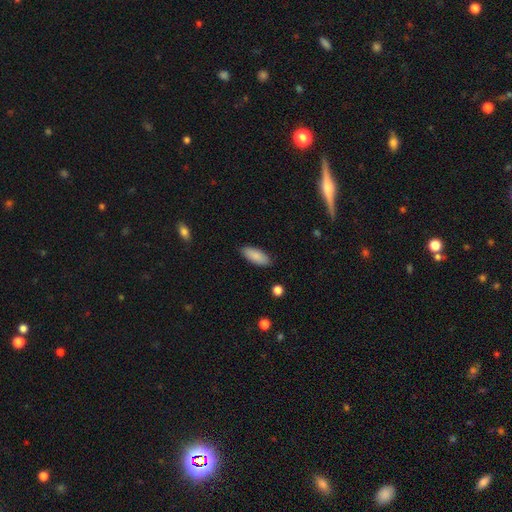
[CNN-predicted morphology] The model was most divided on "how rounded": in between: 79%, cigar-shaped: 19%, round: 2%. More confident: merging — none (88%); smooth or featured — smooth (88%).